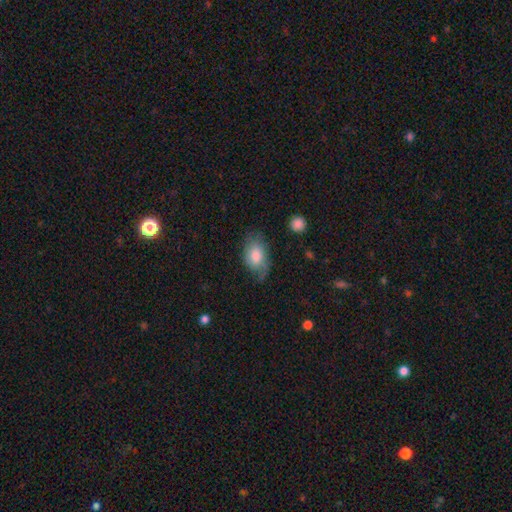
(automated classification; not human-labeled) smooth 73%, featured or disk 20%, star or artifact 7%. Down the decision tree: how rounded — in between (88%); merging — none (58%).